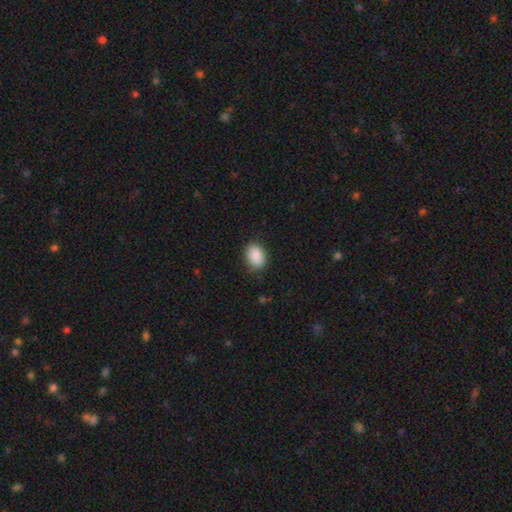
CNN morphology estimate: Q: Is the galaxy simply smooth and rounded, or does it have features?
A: smooth — 89%.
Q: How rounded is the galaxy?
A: in between — 74%.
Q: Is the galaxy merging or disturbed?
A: none — 80%.